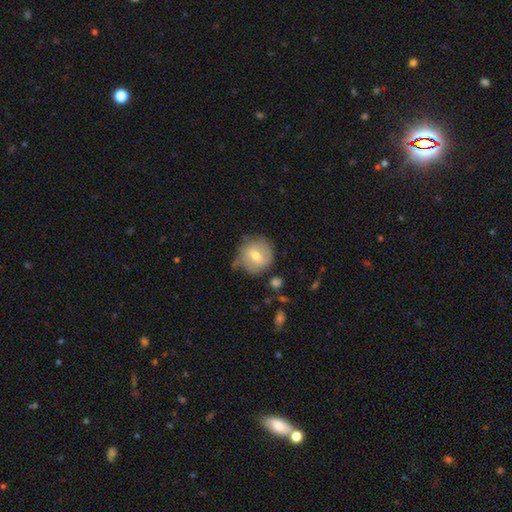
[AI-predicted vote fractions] This appears to be a smooth galaxy with no disk features (58%) that is round (89%). Merging: none (64%).